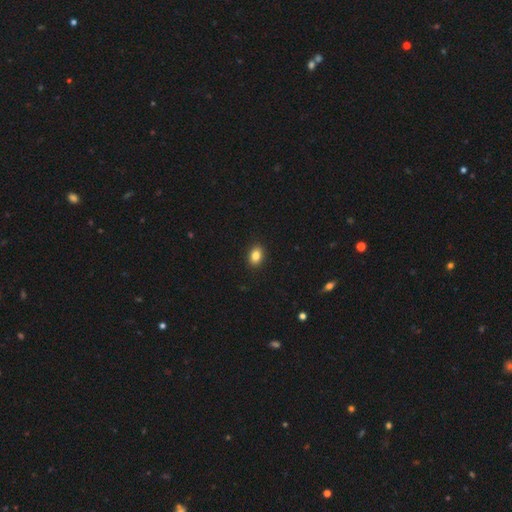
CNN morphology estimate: This is clearly a smooth galaxy (85%). How rounded: likely in between (78%). Merging: clearly none (90%).